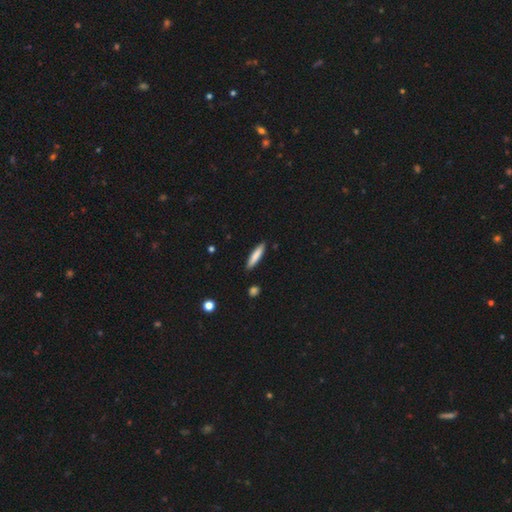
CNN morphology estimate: Smooth or featured?
  - smooth: 81% *
  - featured or disk: 14%
  - star or artifact: 6%
How rounded?
  - cigar-shaped: 86% *
  - in between: 13%
  - round: 1%
Merging?
  - none: 89% *
  - minor disturbance: 8%
  - major disturbance: 2%
  - merger: 2%